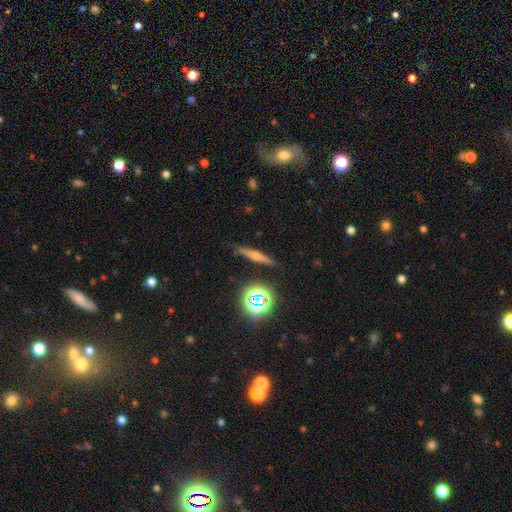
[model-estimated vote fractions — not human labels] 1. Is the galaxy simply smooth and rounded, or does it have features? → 43% featured or disk, 42% smooth, 15% star or artifact.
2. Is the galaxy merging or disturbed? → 86% none, 10% minor disturbance, 2% major disturbance, 2% merger.